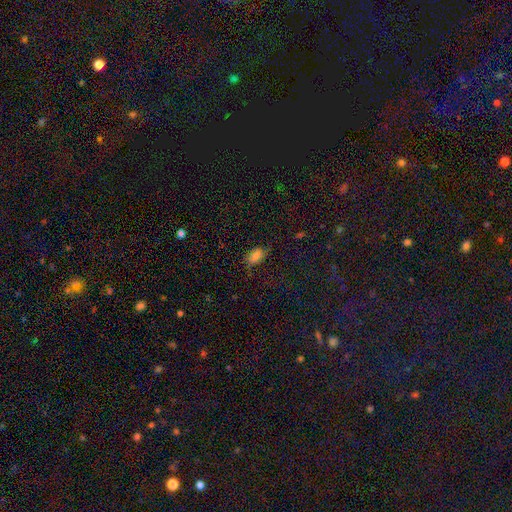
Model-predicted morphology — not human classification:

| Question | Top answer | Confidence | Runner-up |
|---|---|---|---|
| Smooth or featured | smooth | 75% | featured or disk (12%) |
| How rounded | in between | 89% | round (8%) |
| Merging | none | 62% | minor disturbance (26%) |